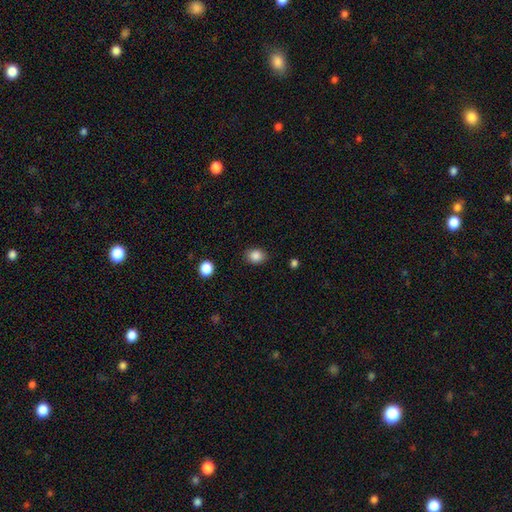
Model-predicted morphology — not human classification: This is clearly a smooth galaxy (86%). How rounded: possibly round (52%). Merging: clearly none (84%).